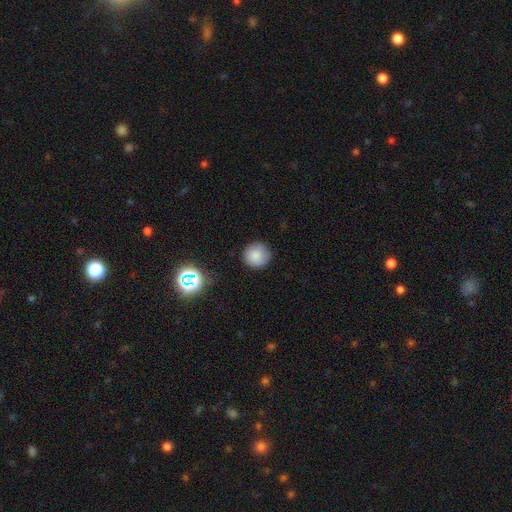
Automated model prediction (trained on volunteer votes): Smooth or featured: smooth — 83% (star or artifact — 11%)
How rounded: round — 95% (in between — 4%)
Merging: none — 87% (minor disturbance — 9%)